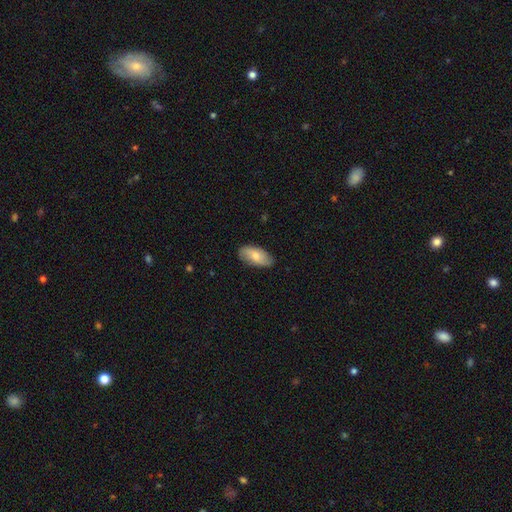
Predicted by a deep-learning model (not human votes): Smooth or featured?
  - smooth: 65% *
  - featured or disk: 29%
  - star or artifact: 6%
How rounded?
  - in between: 92% *
  - cigar-shaped: 5%
  - round: 3%
Merging?
  - none: 82% *
  - minor disturbance: 15%
  - major disturbance: 2%
  - merger: 1%